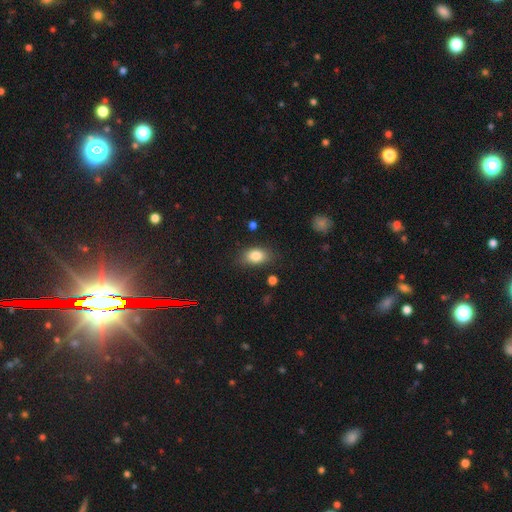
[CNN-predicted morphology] This is clearly a smooth galaxy (84%). How rounded: clearly in between (83%). Merging: likely none (79%).